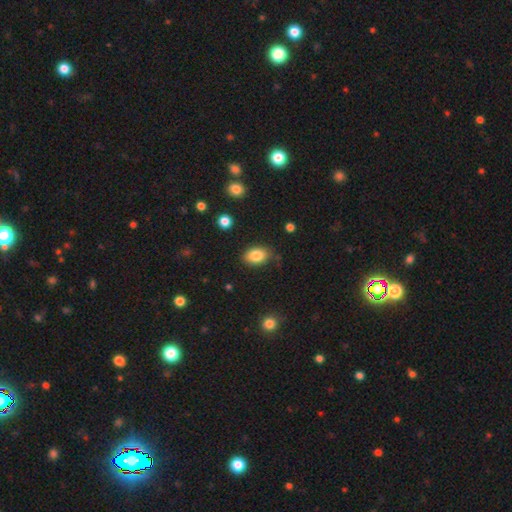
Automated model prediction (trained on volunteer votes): Smooth or featured: smooth — 85% (star or artifact — 8%)
How rounded: in between — 85% (round — 13%)
Merging: none — 80% (minor disturbance — 15%)